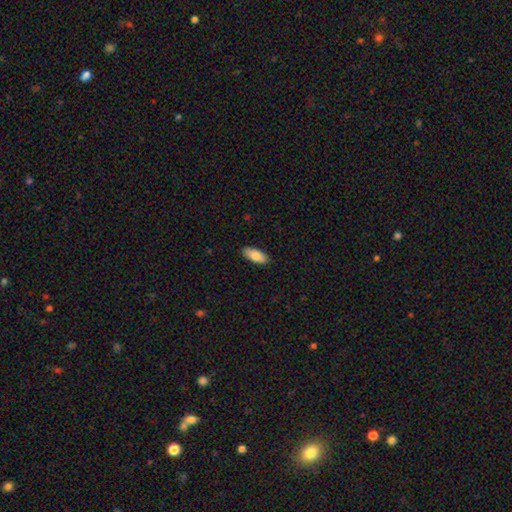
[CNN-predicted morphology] Smooth or featured: smooth — 85% (featured or disk — 9%)
How rounded: in between — 84% (cigar-shaped — 14%)
Merging: none — 89% (minor disturbance — 9%)